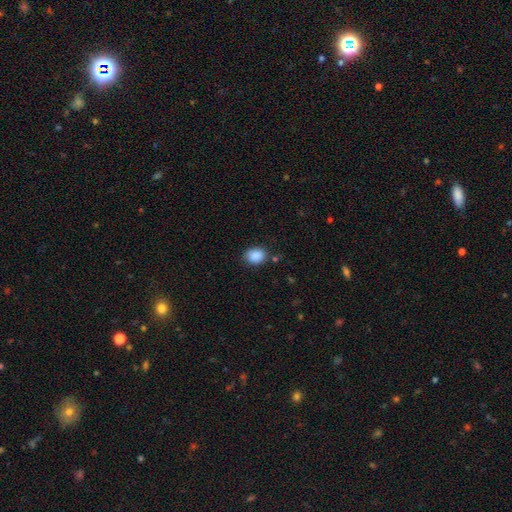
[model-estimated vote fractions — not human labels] This is clearly a smooth galaxy (88%). How rounded: possibly round (52%). Merging: clearly none (81%).